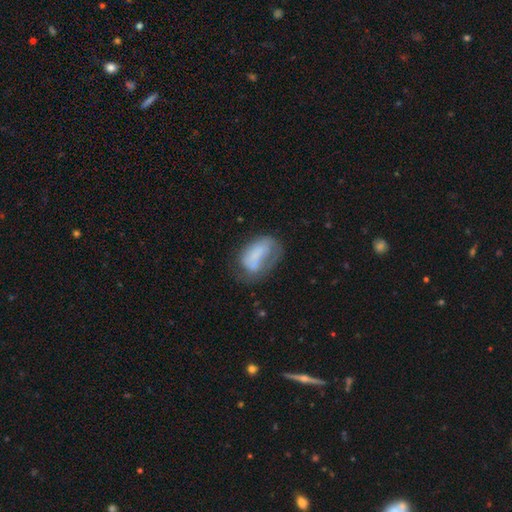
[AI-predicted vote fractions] This is possibly a smooth galaxy (55%). How rounded: clearly in between (88%). Merging: marginally none (33%).